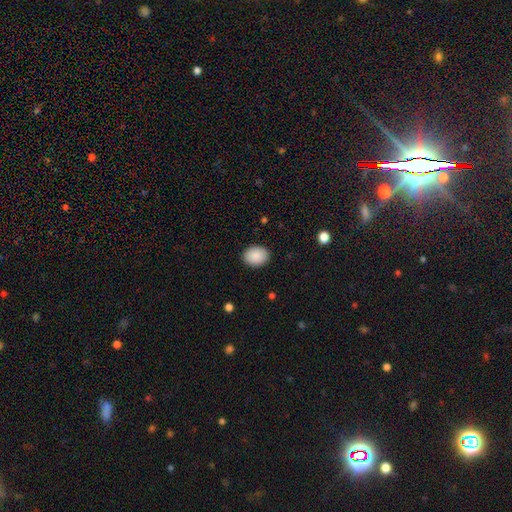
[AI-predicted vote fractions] smooth_or_featured: smooth (p=0.90) [alt: star or artifact p=0.07]
how_rounded: in between (p=0.65) [alt: round p=0.35]
merging: none (p=0.89) [alt: minor disturbance p=0.08]